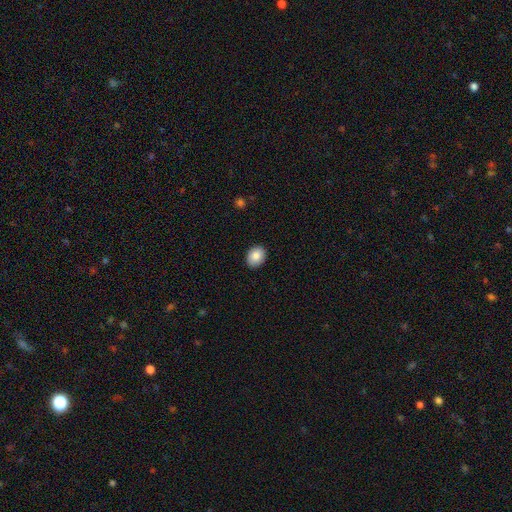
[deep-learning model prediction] Smooth or featured?
  - smooth: 87% *
  - star or artifact: 7%
  - featured or disk: 6%
How rounded?
  - in between: 56% *
  - round: 43%
  - cigar-shaped: 1%
Merging?
  - none: 90% *
  - minor disturbance: 7%
  - major disturbance: 2%
  - merger: 1%